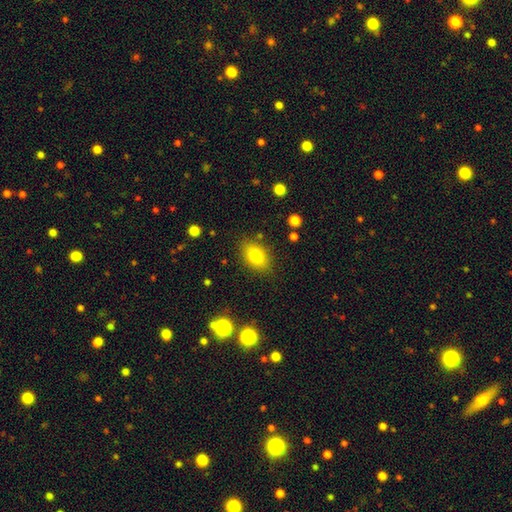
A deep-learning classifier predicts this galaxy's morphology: A smooth galaxy with no disk features (79%) that is in between round and cigar-shaped (81%). Merging: none (83%).